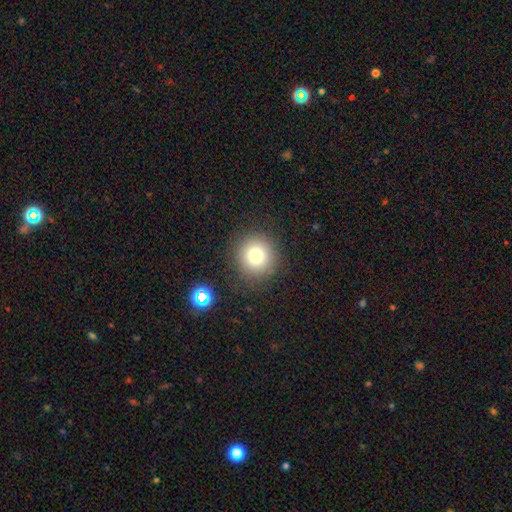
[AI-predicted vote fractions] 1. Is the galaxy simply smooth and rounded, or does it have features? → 79% smooth, 13% star or artifact, 8% featured or disk.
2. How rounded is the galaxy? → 93% round, 6% in between, 1% cigar-shaped.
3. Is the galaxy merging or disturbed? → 87% none, 8% minor disturbance, 3% major disturbance, 2% merger.